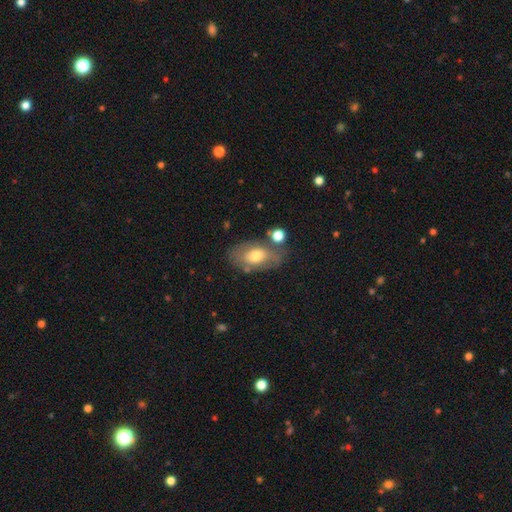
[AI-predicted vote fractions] smooth_or_featured: smooth (p=0.60) [alt: featured or disk p=0.32]
how_rounded: in between (p=0.89) [alt: round p=0.09]
merging: none (p=0.61) [alt: minor disturbance p=0.20]